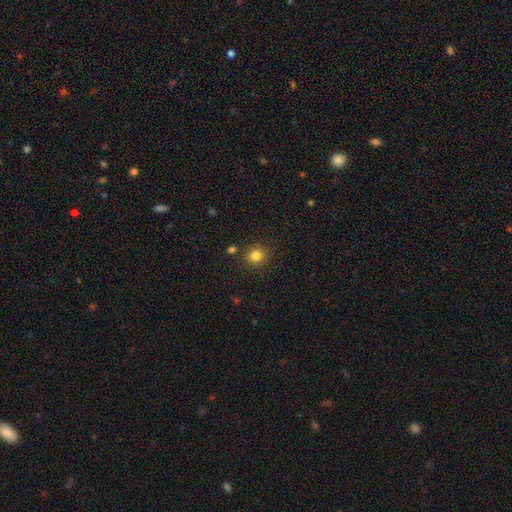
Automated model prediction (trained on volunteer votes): Smooth or featured?
  - smooth: 83% *
  - star or artifact: 12%
  - featured or disk: 5%
How rounded?
  - round: 85% *
  - in between: 14%
  - cigar-shaped: 1%
Merging?
  - none: 85% *
  - minor disturbance: 8%
  - merger: 4%
  - major disturbance: 3%